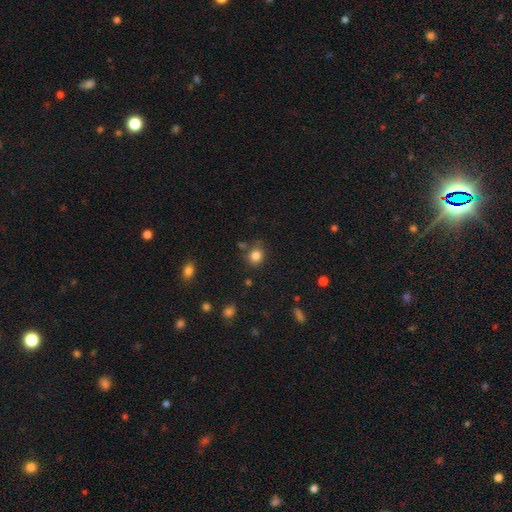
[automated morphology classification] This appears to be a smooth galaxy with no disk features (83%) that is round (78%). Merging: none (75%).